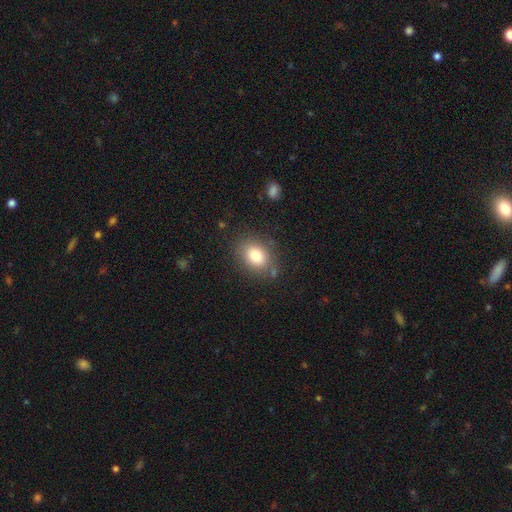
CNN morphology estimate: A smooth galaxy with no disk features (81%) that is in between round and cigar-shaped (63%).

Vote fractions:
- Smooth or featured? smooth: 81% / featured or disk: 10% / star or artifact: 9%
- How rounded? in between: 63% / round: 36% / cigar-shaped: 1%
- Merging? none: 80% / minor disturbance: 12% / major disturbance: 4% / merger: 3%